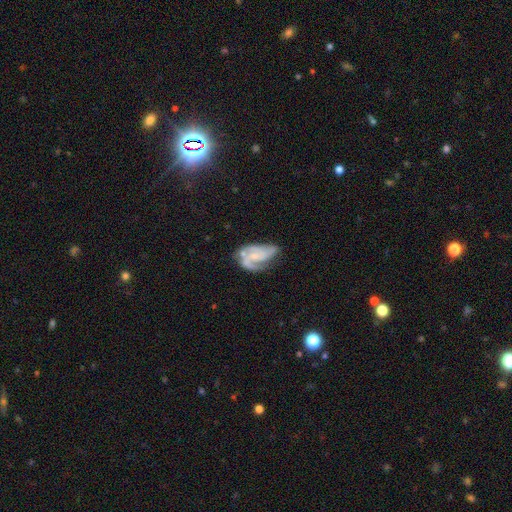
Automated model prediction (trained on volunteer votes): Q: Smooth or featured?
A: featured or disk (80%); runner-up: smooth (14%)
Q: Edge-on disk?
A: no (98%); runner-up: yes (2%)
Q: Bar?
A: no (57%); runner-up: weak (34%)
Q: Spiral arms?
A: yes (93%); runner-up: no (7%)
Q: Spiral winding?
A: medium (49%); runner-up: tight (28%)
Q: Spiral arm count?
A: 2 (45%); runner-up: 3 (32%)
Q: Bulge size?
A: small (56%); runner-up: moderate (22%)
Q: Merging?
A: none (42%); runner-up: minor disturbance (28%)